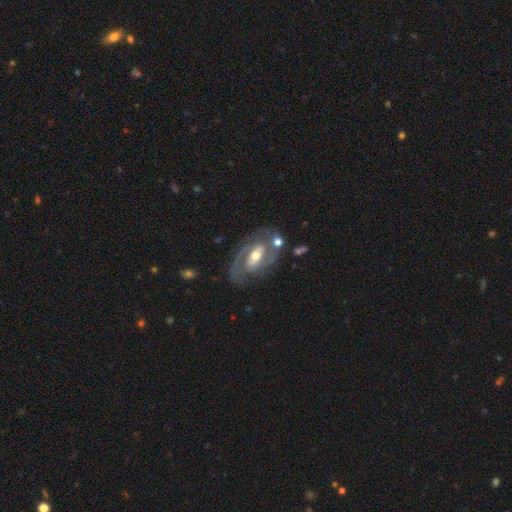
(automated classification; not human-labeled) Q: Smooth or featured?
A: featured or disk (84%); runner-up: smooth (11%)
Q: Edge-on disk?
A: no (94%); runner-up: yes (6%)
Q: Bar?
A: strong (38%); runner-up: weak (36%)
Q: Spiral arms?
A: yes (88%); runner-up: no (12%)
Q: Spiral winding?
A: medium (45%); runner-up: tight (42%)
Q: Spiral arm count?
A: 2 (82%); runner-up: can't tell (8%)
Q: Bulge size?
A: moderate (67%); runner-up: small (23%)
Q: Merging?
A: none (69%); runner-up: minor disturbance (15%)